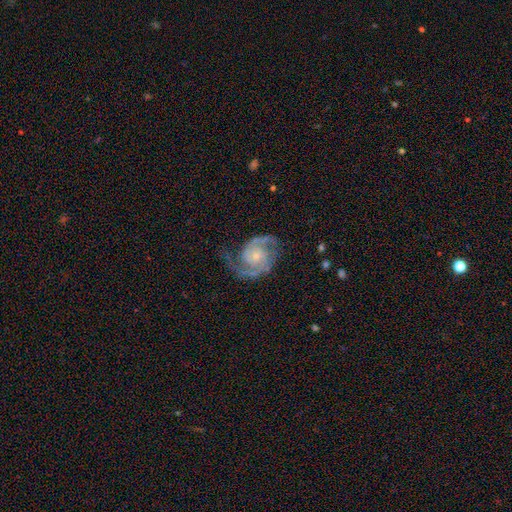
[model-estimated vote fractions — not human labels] smooth_or_featured: featured or disk (p=0.91) [alt: star or artifact p=0.04]
disk_edge_on: no (p=0.98) [alt: yes p=0.02]
bar: no (p=0.67) [alt: weak p=0.28]
has_spiral_arms: yes (p=0.98) [alt: no p=0.02]
spiral_winding: medium (p=0.53) [alt: tight p=0.34]
spiral_arm_count: 2 (p=0.90) [alt: 3 p=0.03]
bulge_size: small (p=0.60) [alt: moderate p=0.32]
merging: none (p=0.71) [alt: minor disturbance p=0.18]